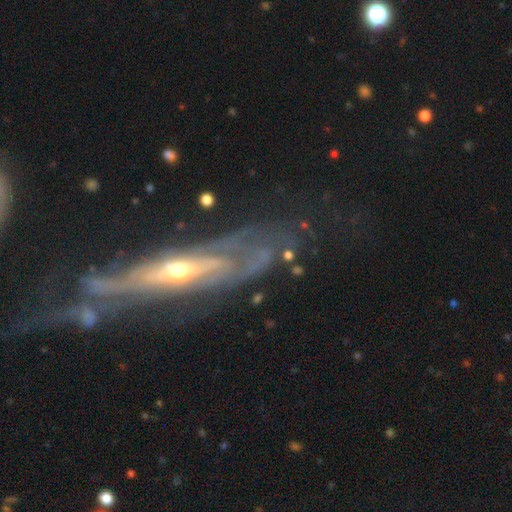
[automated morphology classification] Smooth or featured? Predicted: featured or disk (p=0.85). Edge-on disk? Predicted: no (p=0.61). Bar? Predicted: no (p=0.57). Spiral arms? Predicted: yes (p=0.79). Bulge size? Predicted: moderate (p=0.48). Merging? Predicted: none (p=0.49).